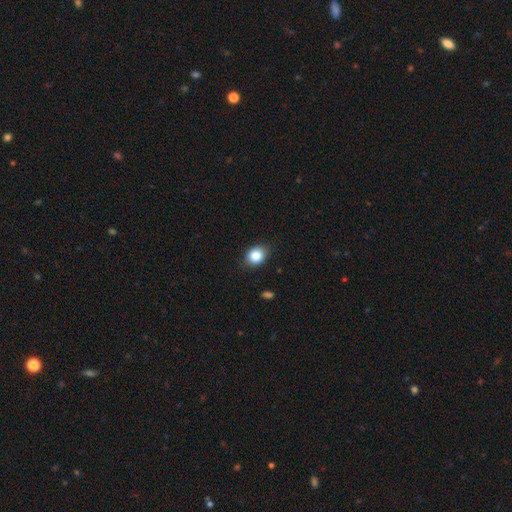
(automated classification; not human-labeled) A smooth galaxy with no disk features (84%) that is in between round and cigar-shaped (54%).

Vote fractions:
- Smooth or featured? smooth: 84% / star or artifact: 10% / featured or disk: 7%
- How rounded? in between: 54% / round: 45% / cigar-shaped: 1%
- Merging? none: 85% / minor disturbance: 12% / major disturbance: 2% / merger: 1%